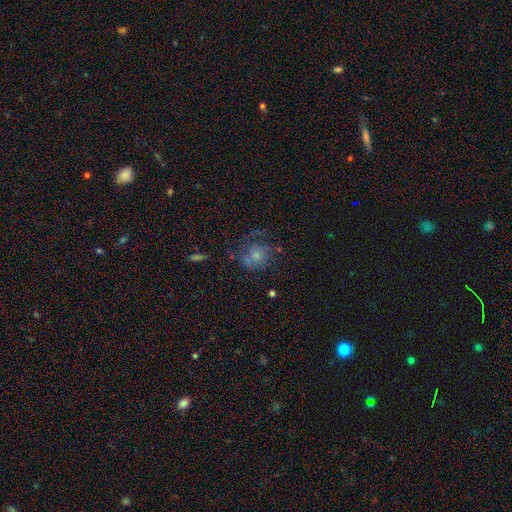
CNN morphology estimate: type=smooth (50%); roundness=round (73%); merging=none (45%).